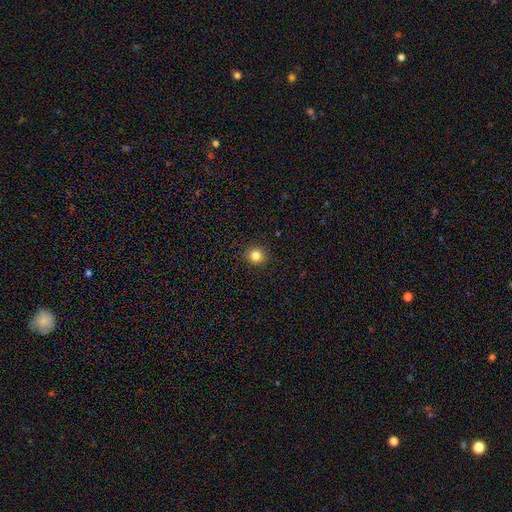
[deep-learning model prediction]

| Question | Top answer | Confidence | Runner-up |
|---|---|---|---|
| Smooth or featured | smooth | 83% | star or artifact (12%) |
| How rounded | round | 94% | in between (5%) |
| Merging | none | 93% | minor disturbance (5%) |